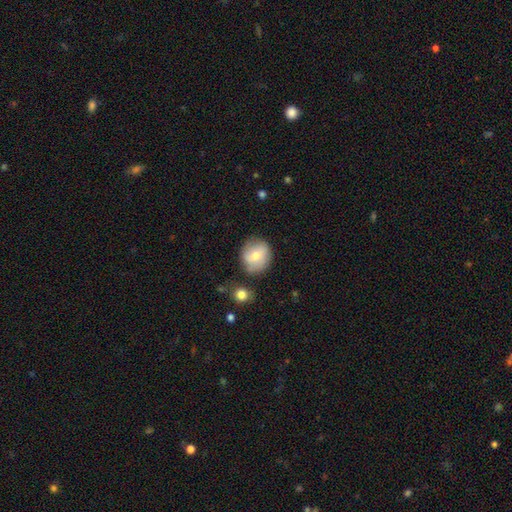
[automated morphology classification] Smooth or featured? Predicted: smooth (p=0.65). How rounded? Predicted: round (p=0.83). Merging? Predicted: none (p=0.74).